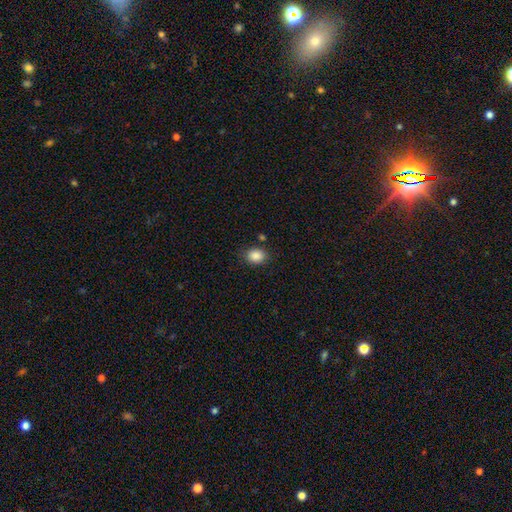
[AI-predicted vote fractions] This appears to be a smooth galaxy with no disk features (87%) that is in between round and cigar-shaped (55%). Merging: none (82%).